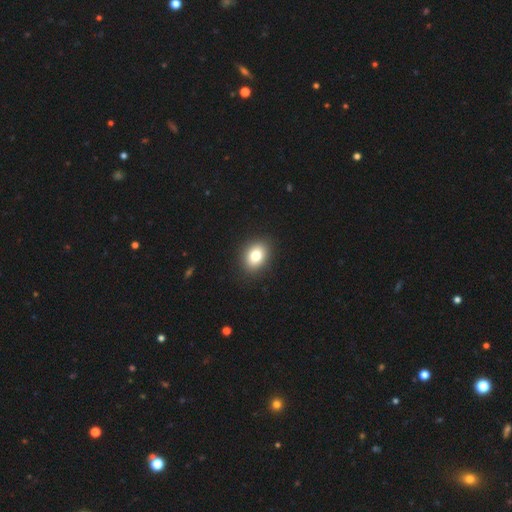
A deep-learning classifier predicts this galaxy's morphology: Smooth or featured? smooth (81%)
How rounded? in between (63%)
Merging? none (90%)